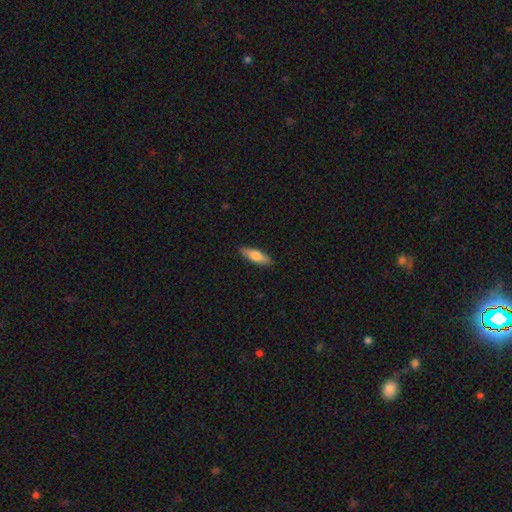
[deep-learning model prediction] smooth_or_featured: smooth (p=0.70) [alt: featured or disk p=0.24]
how_rounded: cigar-shaped (p=0.52) [alt: in between p=0.46]
merging: none (p=0.89) [alt: minor disturbance p=0.08]